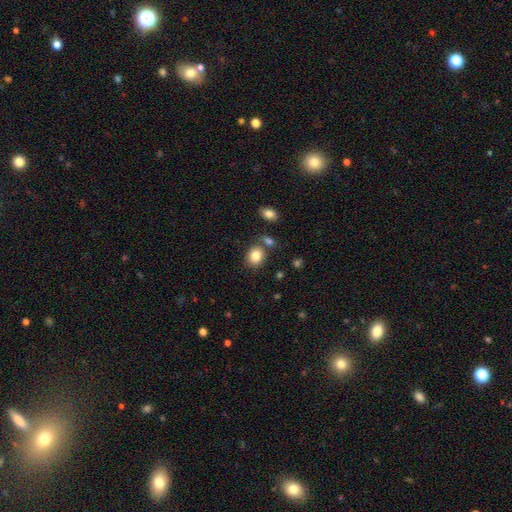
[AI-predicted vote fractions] A smooth galaxy with no disk features (83%) that is round (57%).

Vote fractions:
- Smooth or featured? smooth: 83% / star or artifact: 9% / featured or disk: 7%
- How rounded? round: 57% / in between: 42% / cigar-shaped: 1%
- Merging? none: 71% / merger: 13% / minor disturbance: 12% / major disturbance: 4%